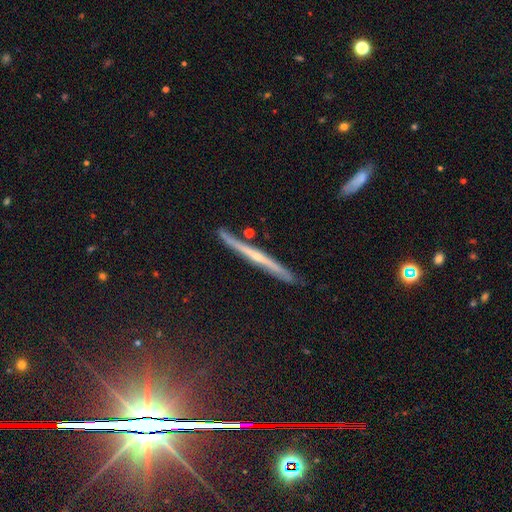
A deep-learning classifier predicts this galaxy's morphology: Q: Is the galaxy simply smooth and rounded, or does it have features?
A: featured or disk — 70%.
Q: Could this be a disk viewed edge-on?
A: yes — 96%.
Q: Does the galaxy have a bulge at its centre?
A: none — 51%.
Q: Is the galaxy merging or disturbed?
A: none — 83%.